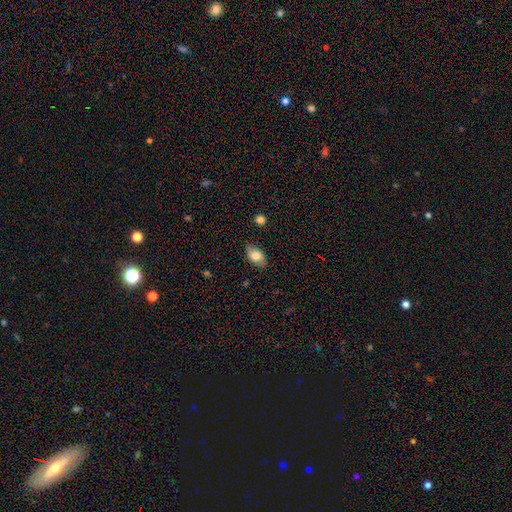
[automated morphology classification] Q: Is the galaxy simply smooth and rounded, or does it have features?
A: smooth — 76%.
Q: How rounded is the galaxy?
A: in between — 90%.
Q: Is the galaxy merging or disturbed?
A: none — 81%.